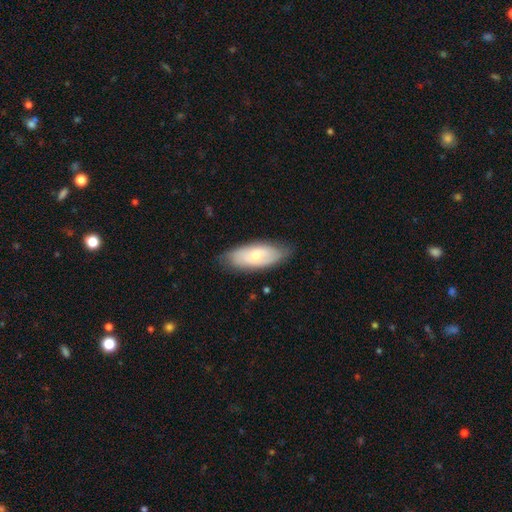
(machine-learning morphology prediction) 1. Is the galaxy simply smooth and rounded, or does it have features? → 55% smooth, 40% featured or disk, 6% star or artifact.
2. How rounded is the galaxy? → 86% in between, 11% cigar-shaped, 3% round.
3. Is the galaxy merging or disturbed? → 77% none, 18% minor disturbance, 4% major disturbance, 1% merger.